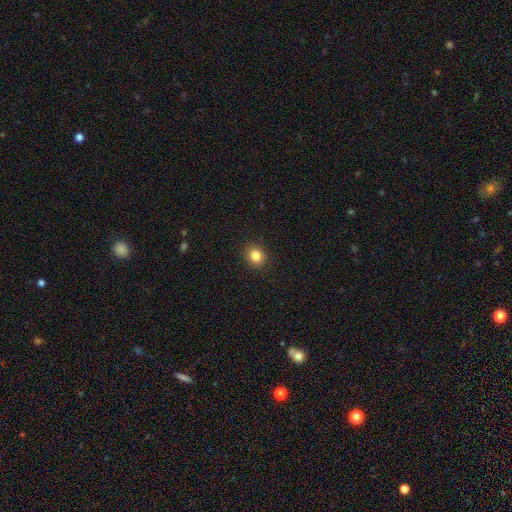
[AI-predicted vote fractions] This appears to be a smooth galaxy with no disk features (84%) that is round (78%). Merging: none (90%).